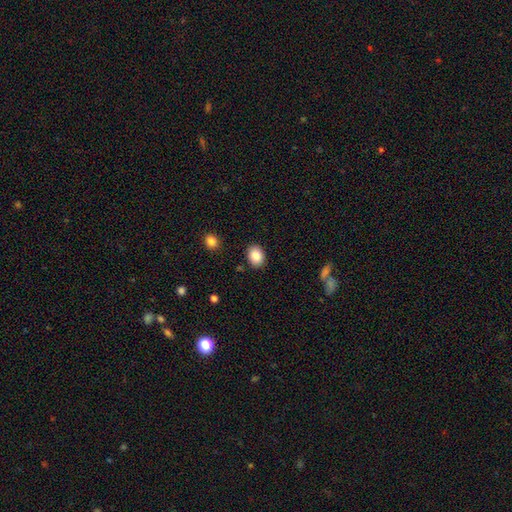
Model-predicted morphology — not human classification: This appears to be a smooth galaxy with no disk features (85%) that is in between round and cigar-shaped (64%). Merging: none (88%).